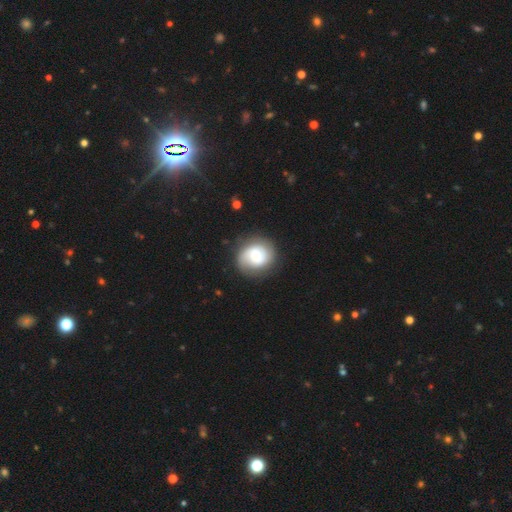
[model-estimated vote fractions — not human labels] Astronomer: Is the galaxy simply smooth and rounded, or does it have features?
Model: featured or disk — 53% (runner-up: smooth, 40%).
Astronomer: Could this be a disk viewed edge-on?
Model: no — 97%.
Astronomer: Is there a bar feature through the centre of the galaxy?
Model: no — 64%.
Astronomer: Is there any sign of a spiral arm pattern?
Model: yes — 79%.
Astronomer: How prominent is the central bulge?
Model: moderate — 61%.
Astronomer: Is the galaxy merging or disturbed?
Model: none — 82%.